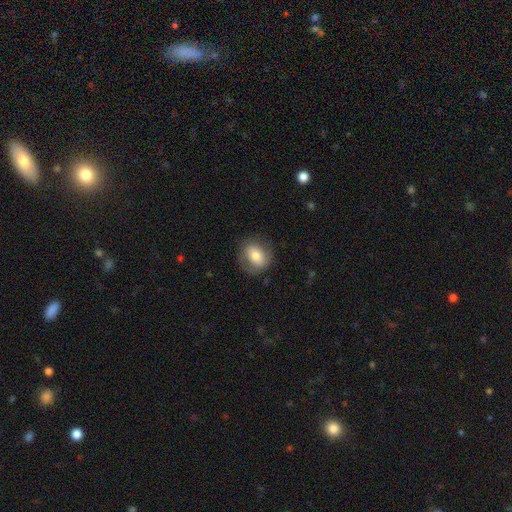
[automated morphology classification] Q: Smooth or featured?
A: smooth (67%); runner-up: featured or disk (26%)
Q: How rounded?
A: round (50%); runner-up: in between (48%)
Q: Merging?
A: none (76%); runner-up: minor disturbance (17%)